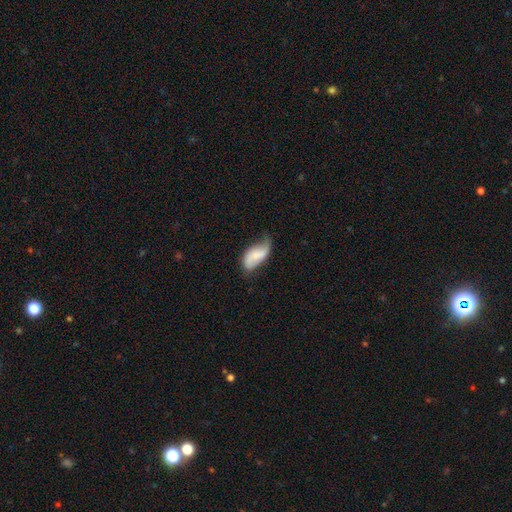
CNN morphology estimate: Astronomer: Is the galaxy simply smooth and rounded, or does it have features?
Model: smooth — 50% (runner-up: featured or disk, 43%).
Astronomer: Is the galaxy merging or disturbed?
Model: minor disturbance — 40%, tied with none at 40%.